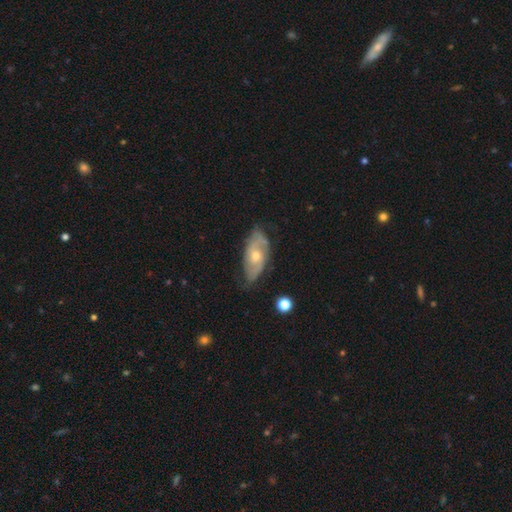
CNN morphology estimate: smooth_or_featured: featured or disk (p=0.76) [alt: smooth p=0.18]
disk_edge_on: no (p=0.91) [alt: yes p=0.09]
bar: no (p=0.70) [alt: weak p=0.26]
has_spiral_arms: yes (p=0.88) [alt: no p=0.12]
spiral_winding: tight (p=0.44) [alt: medium p=0.41]
spiral_arm_count: 2 (p=0.62) [alt: can't tell p=0.24]
bulge_size: moderate (p=0.60) [alt: small p=0.34]
merging: none (p=0.69) [alt: minor disturbance p=0.23]